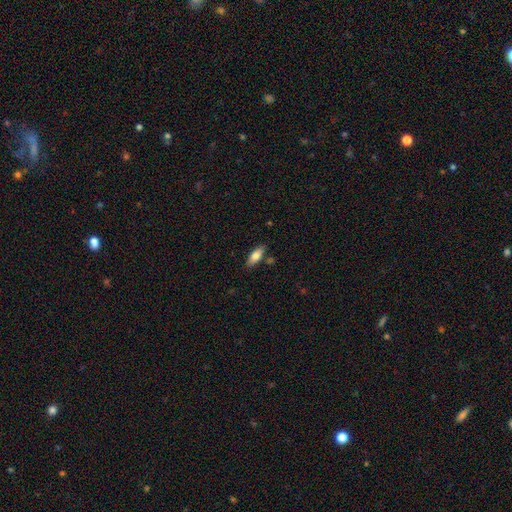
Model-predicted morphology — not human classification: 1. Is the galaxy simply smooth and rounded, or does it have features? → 79% smooth, 15% featured or disk, 6% star or artifact.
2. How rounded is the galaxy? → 78% in between, 19% cigar-shaped, 2% round.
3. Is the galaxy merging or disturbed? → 81% none, 12% minor disturbance, 5% merger, 2% major disturbance.